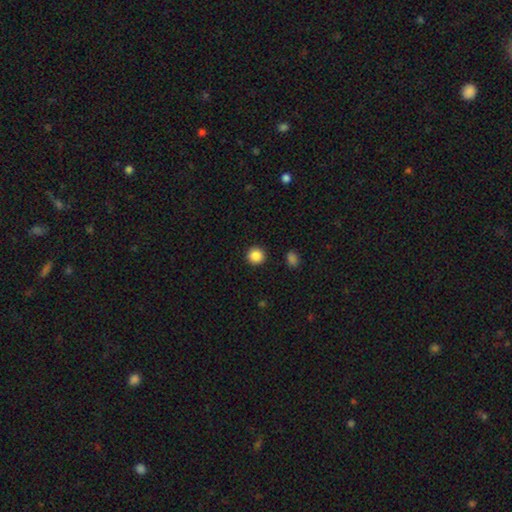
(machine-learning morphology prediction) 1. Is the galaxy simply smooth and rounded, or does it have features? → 87% smooth, 10% star or artifact, 3% featured or disk.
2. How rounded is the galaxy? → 94% round, 5% in between, 1% cigar-shaped.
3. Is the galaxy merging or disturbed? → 92% none, 5% minor disturbance, 2% major disturbance, 1% merger.